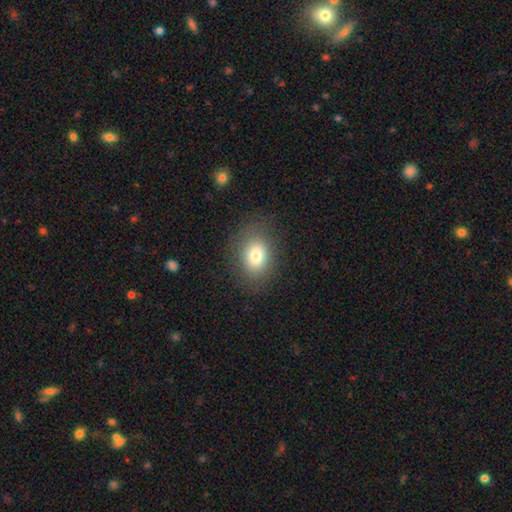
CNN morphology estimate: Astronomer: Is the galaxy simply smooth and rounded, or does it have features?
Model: smooth — 78%.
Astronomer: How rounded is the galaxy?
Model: in between — 62%.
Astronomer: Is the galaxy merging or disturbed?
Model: none — 82%.